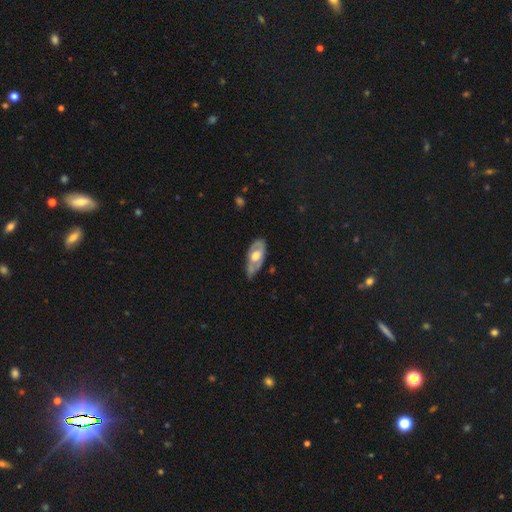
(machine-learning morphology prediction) type=featured or disk (61%); edge-on=no (84%); bar=no (74%); spiral arms=no (55%); bulge=moderate (63%); merging=none (55%).